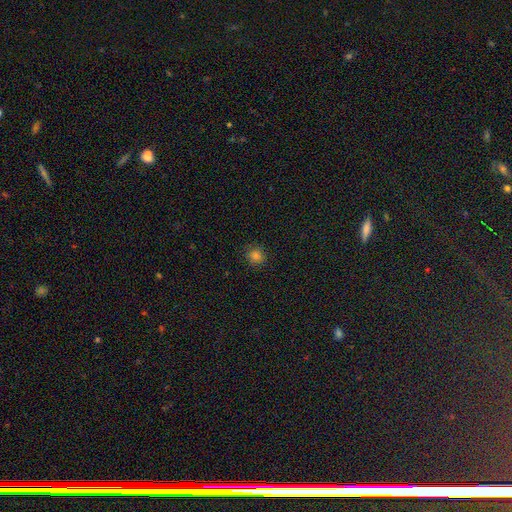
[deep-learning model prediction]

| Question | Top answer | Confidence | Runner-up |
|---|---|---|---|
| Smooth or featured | smooth | 80% | star or artifact (15%) |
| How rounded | round | 85% | in between (14%) |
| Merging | none | 88% | minor disturbance (9%) |